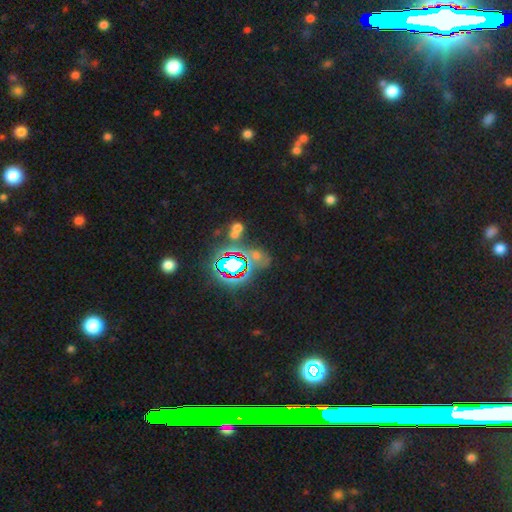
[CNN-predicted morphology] Q: Smooth or featured?
A: star or artifact (61%); runner-up: smooth (24%)